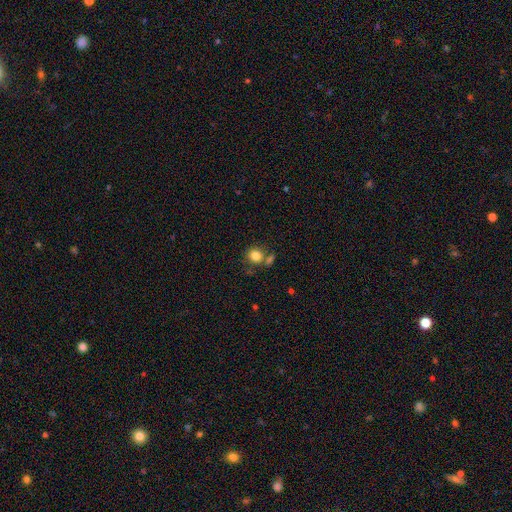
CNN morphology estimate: A smooth galaxy with no disk features (83%) that is round (83%). Merging: none (64%).